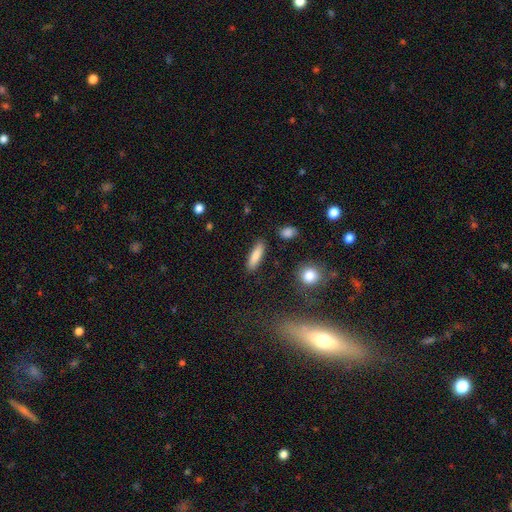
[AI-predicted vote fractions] A smooth galaxy with no disk features (83%) that is cigar-shaped (63%).

Vote fractions:
- Smooth or featured? smooth: 83% / featured or disk: 10% / star or artifact: 7%
- How rounded? cigar-shaped: 63% / in between: 35% / round: 2%
- Merging? none: 88% / minor disturbance: 8% / major disturbance: 2% / merger: 2%